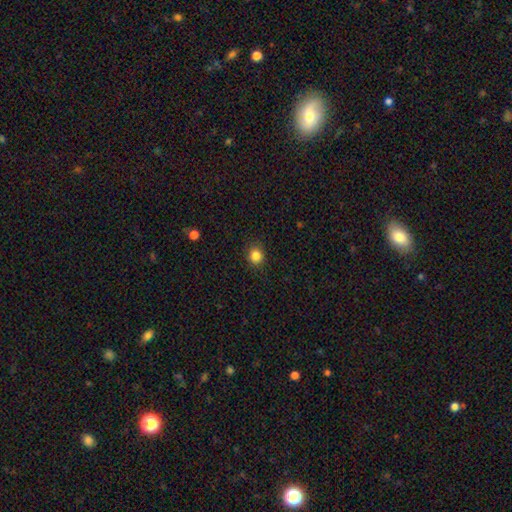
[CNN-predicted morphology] Overall: smooth (84%). How rounded: round (83%). Merging: none (89%).